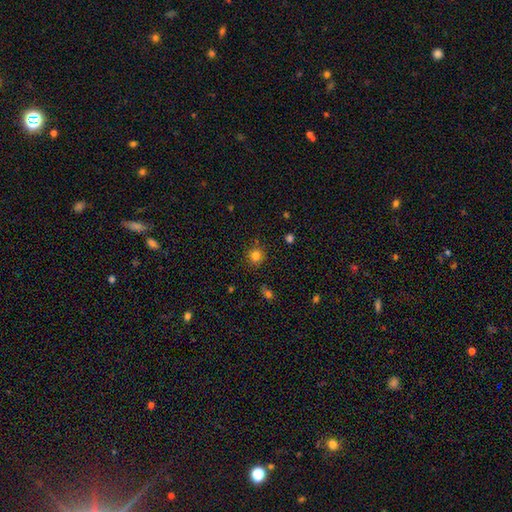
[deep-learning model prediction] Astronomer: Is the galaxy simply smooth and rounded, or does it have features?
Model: smooth — 81%.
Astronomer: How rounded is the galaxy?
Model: round — 89%.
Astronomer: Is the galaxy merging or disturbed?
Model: none — 86%.